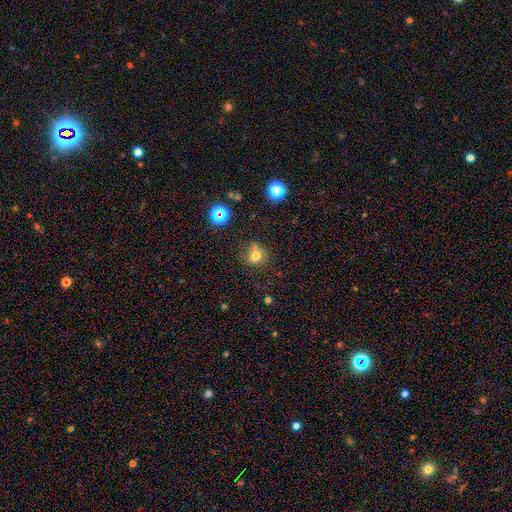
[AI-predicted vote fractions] Smooth or featured?
  - smooth: 73% *
  - star or artifact: 17%
  - featured or disk: 10%
How rounded?
  - round: 81% *
  - in between: 18%
  - cigar-shaped: 1%
Merging?
  - none: 62% *
  - minor disturbance: 17%
  - merger: 15%
  - major disturbance: 6%